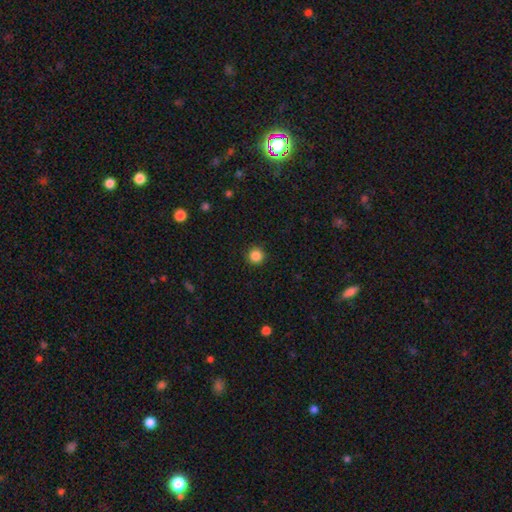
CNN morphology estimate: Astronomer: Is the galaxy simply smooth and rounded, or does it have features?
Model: smooth — 86%.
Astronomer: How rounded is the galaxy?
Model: round — 96%.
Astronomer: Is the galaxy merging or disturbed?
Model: none — 92%.